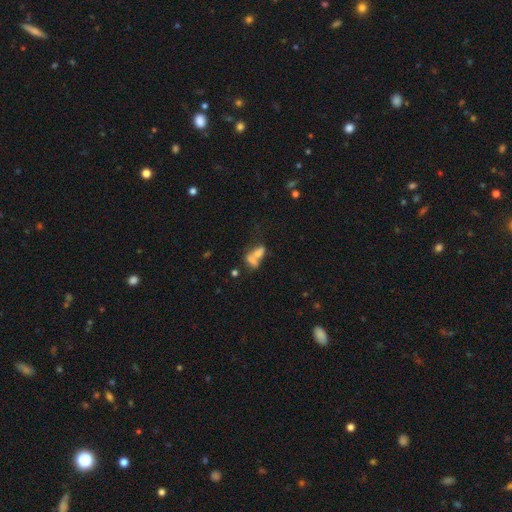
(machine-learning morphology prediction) This is likely a smooth galaxy (60%). How rounded: likely in between (74%). Merging: likely merger (63%).